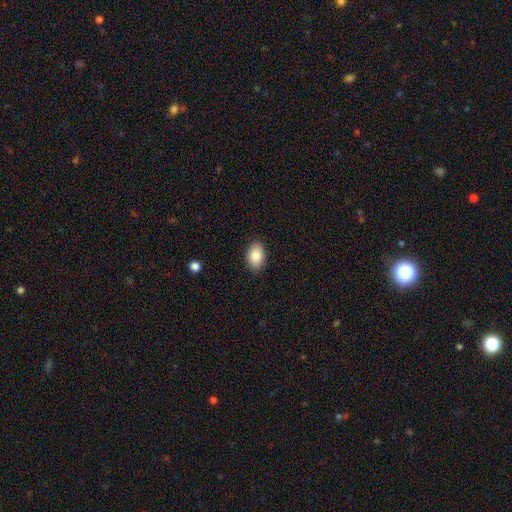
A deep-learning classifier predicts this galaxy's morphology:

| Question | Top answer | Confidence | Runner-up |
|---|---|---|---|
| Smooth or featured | smooth | 85% | featured or disk (8%) |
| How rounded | in between | 88% | round (11%) |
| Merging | none | 89% | minor disturbance (8%) |